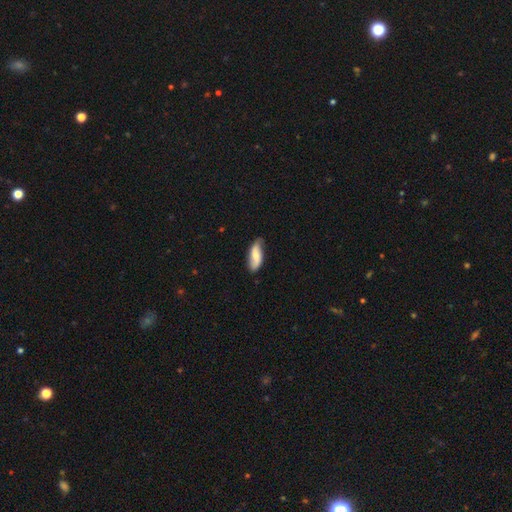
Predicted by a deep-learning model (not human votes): Q: Smooth or featured?
A: smooth (48%); runner-up: featured or disk (46%)
Q: Merging?
A: none (72%); runner-up: minor disturbance (22%)